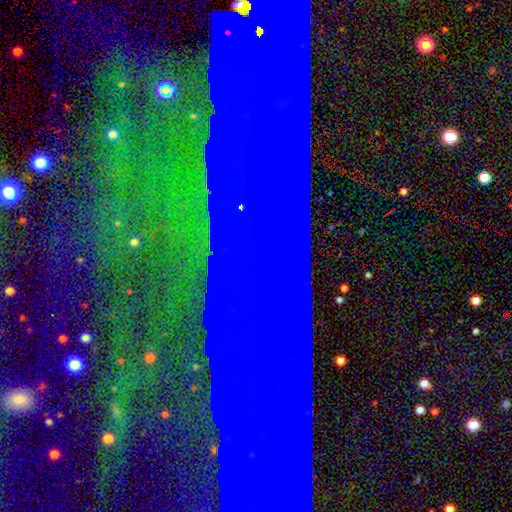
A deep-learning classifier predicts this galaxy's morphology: smooth_or_featured: star or artifact (p=0.82) [alt: featured or disk p=0.10]